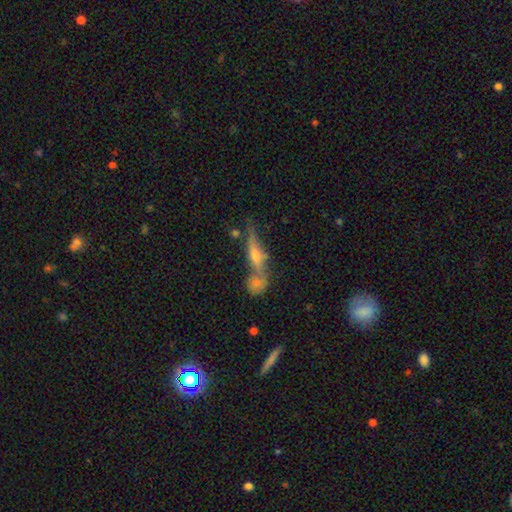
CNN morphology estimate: Smooth or featured? featured or disk (63%)
Edge-on disk? yes (89%)
Edge-on bulge? rounded (82%)
Merging? none (53%)